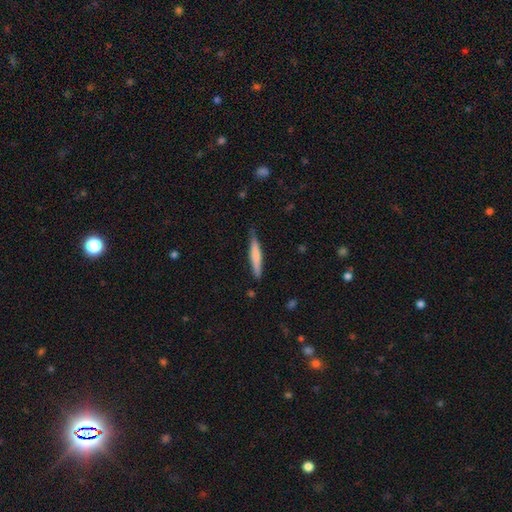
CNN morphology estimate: The model was most divided on "smooth or featured": smooth: 66%, featured or disk: 29%, star or artifact: 6%. More confident: how rounded — cigar-shaped (92%); merging — none (79%).